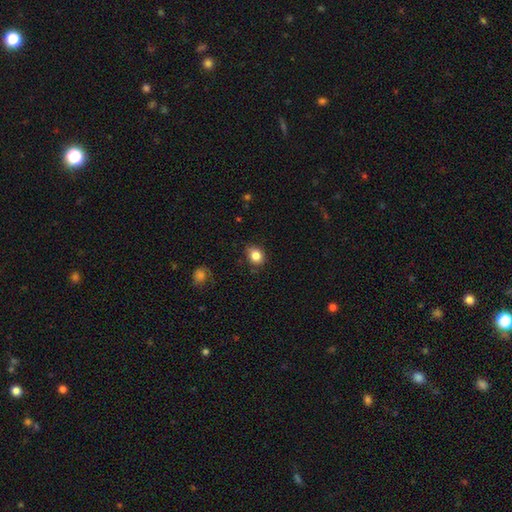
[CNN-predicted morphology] smooth-or-featured: smooth: 83% | star or artifact: 10% | featured or disk: 7%
  how-rounded: round: 60% | in between: 39% | cigar-shaped: 1%
  merging: none: 78% | minor disturbance: 17% | major disturbance: 3% | merger: 1%